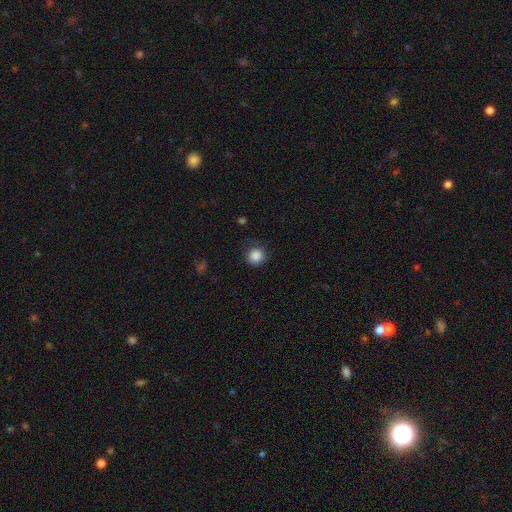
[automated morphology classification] Smooth or featured? Predicted: smooth (p=0.87). How rounded? Predicted: round (p=0.94). Merging? Predicted: none (p=0.84).